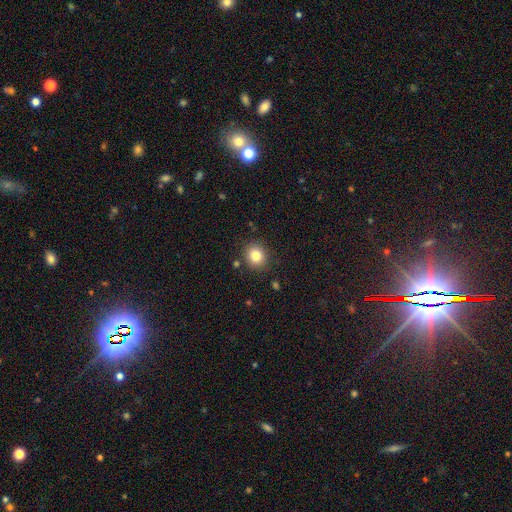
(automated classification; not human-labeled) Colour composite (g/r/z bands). It shows a smooth galaxy with no disk features (81%) that is round (80%). Merging: none (87%).